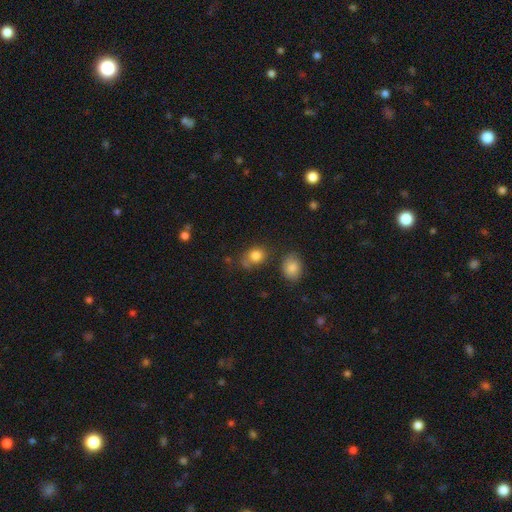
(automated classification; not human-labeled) Smooth or featured? smooth (83%)
How rounded? round (53%)
Merging? none (60%)